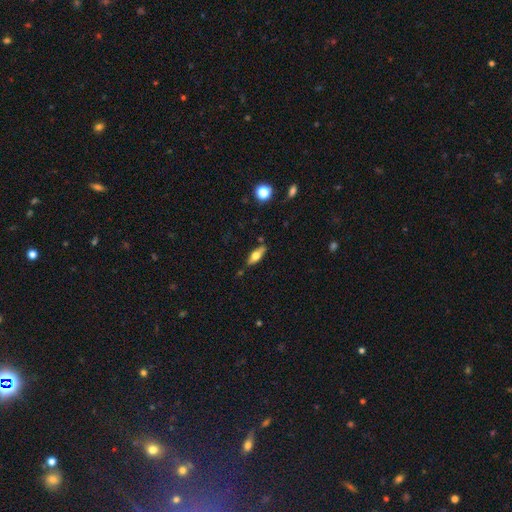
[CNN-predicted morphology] Q: Smooth or featured?
A: smooth (51%); runner-up: featured or disk (42%)
Q: How rounded?
A: in between (62%); runner-up: cigar-shaped (35%)
Q: Merging?
A: none (80%); runner-up: minor disturbance (14%)